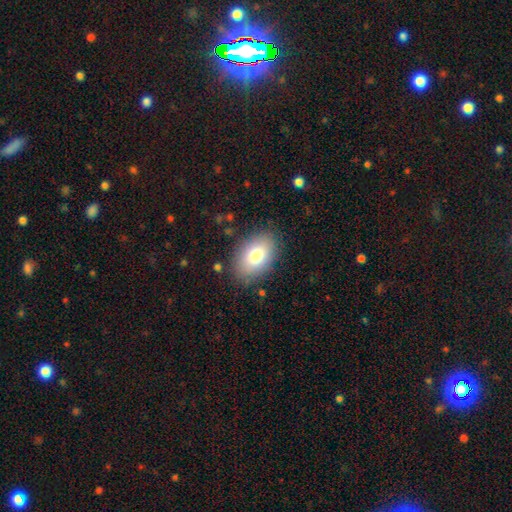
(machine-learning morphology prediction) A smooth galaxy with no disk features (77%) that is in between round and cigar-shaped (89%). Merging: none (84%).